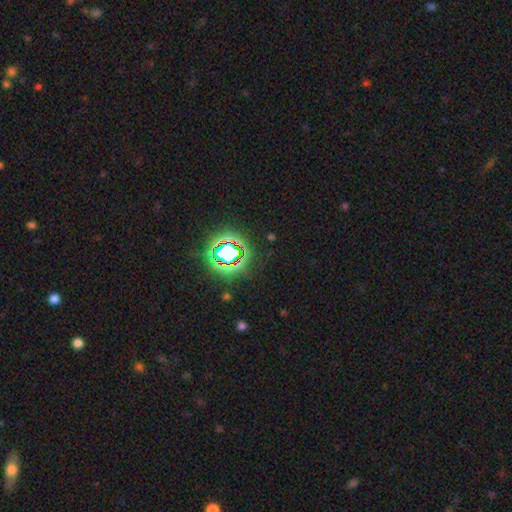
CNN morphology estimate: smooth-or-featured: star or artifact: 81% | smooth: 11% | featured or disk: 8%